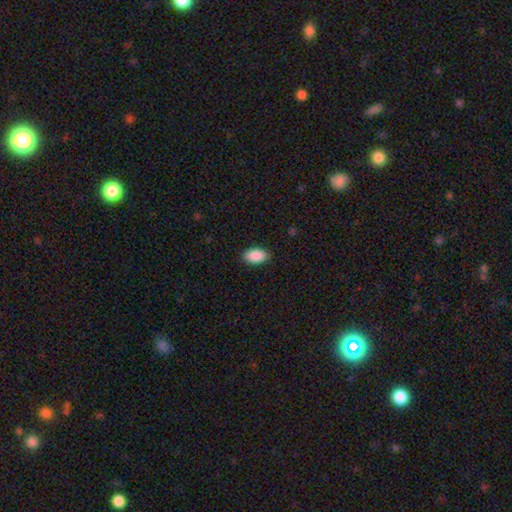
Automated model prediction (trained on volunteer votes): Morphology: type=smooth (90%); roundness=in between (94%); merging=none (87%).